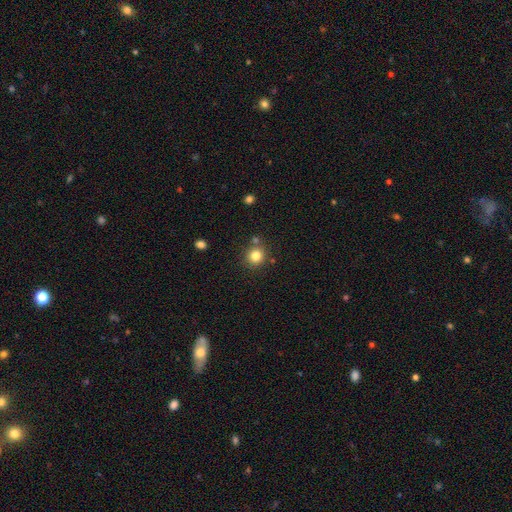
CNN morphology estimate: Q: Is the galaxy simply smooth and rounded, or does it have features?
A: smooth — 82%.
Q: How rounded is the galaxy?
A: round — 89%.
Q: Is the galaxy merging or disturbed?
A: none — 78%.